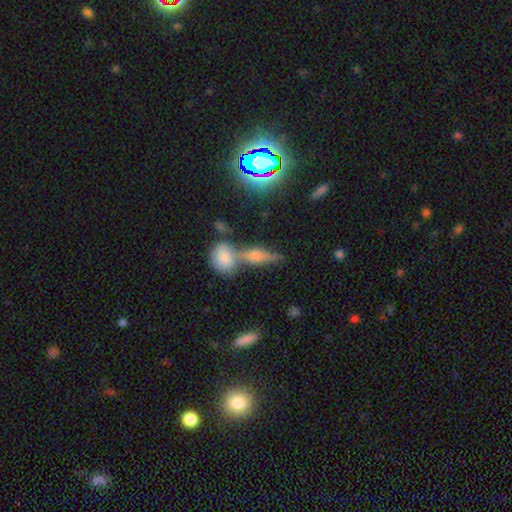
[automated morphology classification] The model was most divided on "smooth or featured": featured or disk: 45%, smooth: 41%, star or artifact: 14%. Remaining: merging — none (48%).